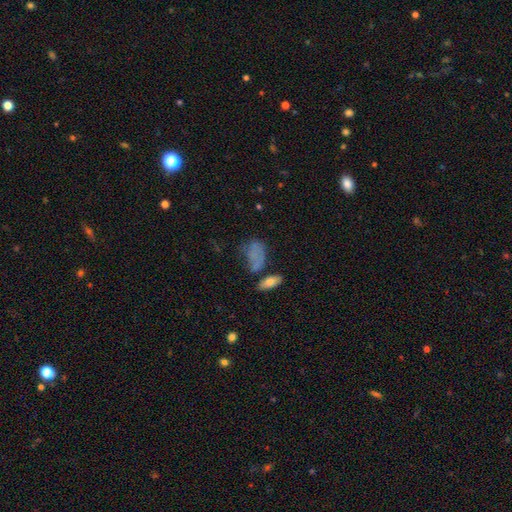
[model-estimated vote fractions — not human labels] Smooth or featured: smooth — 61% (featured or disk — 24%)
How rounded: in between — 78% (round — 16%)
Merging: none — 35% (major disturbance — 24%)